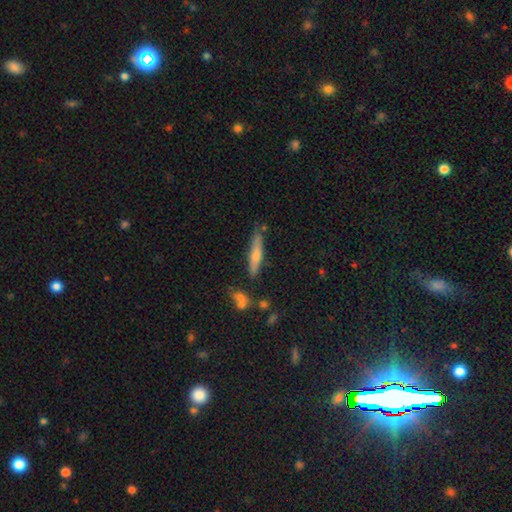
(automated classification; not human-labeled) featured or disk 49%, smooth 32%, star or artifact 19%. Down the decision tree: merging — none (75%).